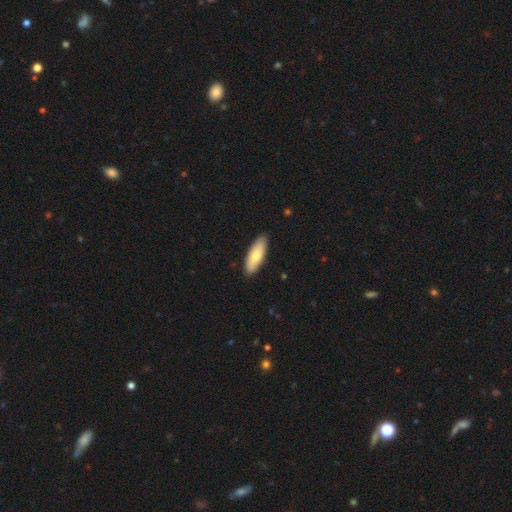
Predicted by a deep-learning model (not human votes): Overall: smooth (71%). How rounded: in between (66%; cigar-shaped 32%). Merging: none (88%).